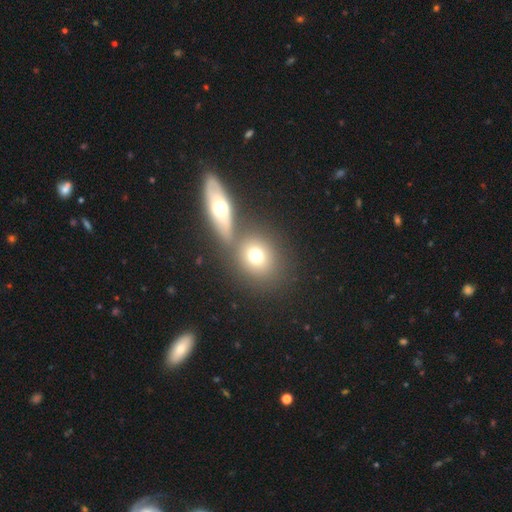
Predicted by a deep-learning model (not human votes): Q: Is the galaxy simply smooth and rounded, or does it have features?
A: smooth — 71%.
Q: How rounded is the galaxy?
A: round — 70%.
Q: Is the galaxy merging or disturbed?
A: none — 52%.